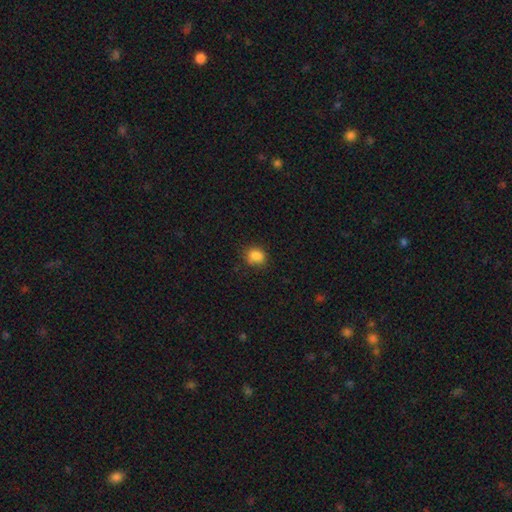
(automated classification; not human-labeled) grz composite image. It shows a smooth galaxy with no disk features (85%) that is round (53%). Merging: none (74%).